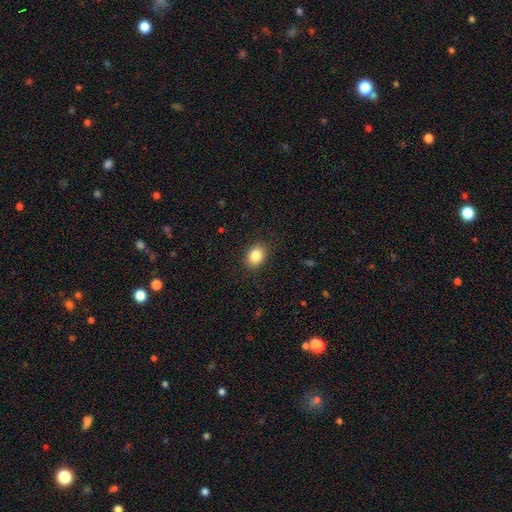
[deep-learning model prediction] smooth_or_featured: smooth (p=0.84) [alt: star or artifact p=0.09]
how_rounded: in between (p=0.62) [alt: round p=0.37]
merging: none (p=0.87) [alt: minor disturbance p=0.09]